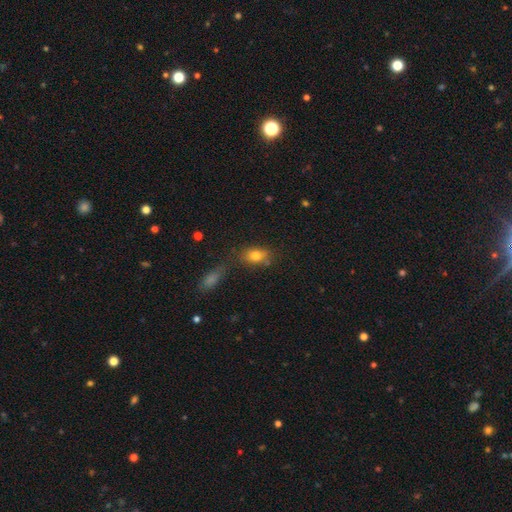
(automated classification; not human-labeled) Smooth or featured: smooth — 79% (featured or disk — 10%)
How rounded: in between — 78% (round — 17%)
Merging: none — 62% (minor disturbance — 17%)